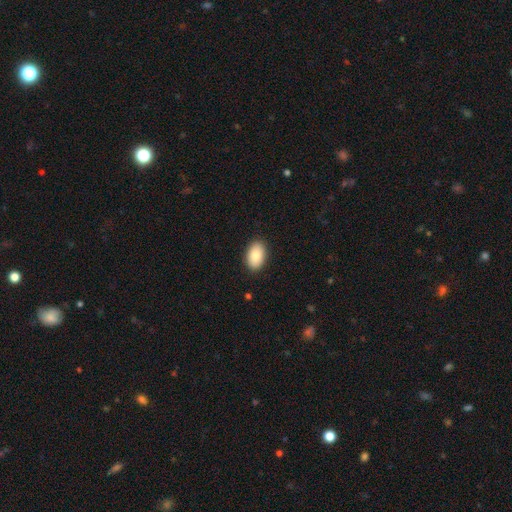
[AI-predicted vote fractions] smooth 85%, featured or disk 8%, star or artifact 7%. Down the decision tree: how rounded — in between (92%); merging — none (89%).